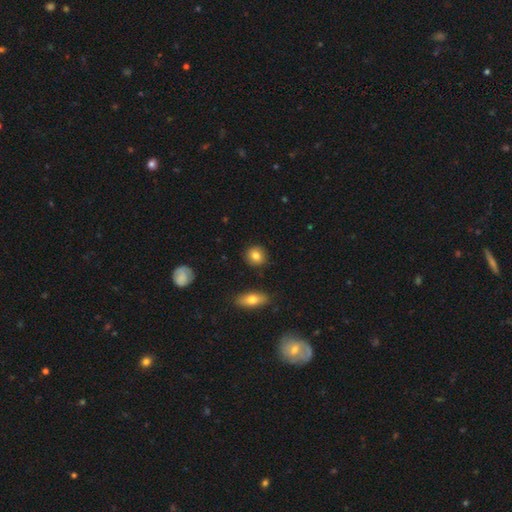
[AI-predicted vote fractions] The model was most divided on "how rounded": round: 84%, in between: 15%, cigar-shaped: 1%. More confident: merging — none (87%); smooth or featured — smooth (82%).